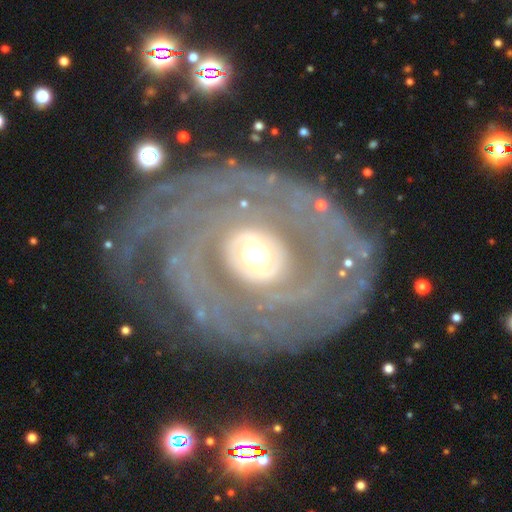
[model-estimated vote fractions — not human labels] Smooth or featured?
  - featured or disk: 88% *
  - smooth: 7%
  - star or artifact: 5%
Edge-on disk?
  - no: 96% *
  - yes: 4%
Bar?
  - no: 69% *
  - weak: 21%
  - strong: 10%
Spiral arms?
  - yes: 88% *
  - no: 12%
Spiral winding?
  - tight: 74% *
  - medium: 18%
  - loose: 8%
Spiral arm count?
  - can't tell: 31% *
  - 2: 24%
  - 3: 14%
  - more than 4: 11%
  - 4: 11%
  - 1: 9%
Bulge size?
  - moderate: 67% *
  - small: 18%
  - large: 13%
  - dominant: 2%
  - none: 1%
Merging?
  - none: 71% *
  - minor disturbance: 16%
  - major disturbance: 11%
  - merger: 2%